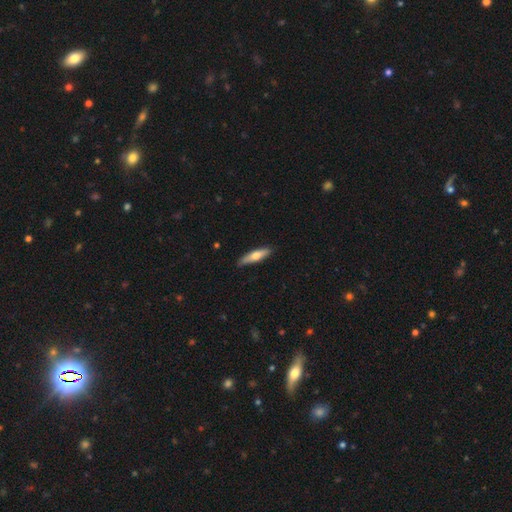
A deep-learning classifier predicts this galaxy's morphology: smooth-or-featured: smooth: 60% | featured or disk: 35% | star or artifact: 5%
  how-rounded: cigar-shaped: 73% | in between: 25% | round: 2%
  merging: none: 84% | minor disturbance: 13% | major disturbance: 2% | merger: 1%